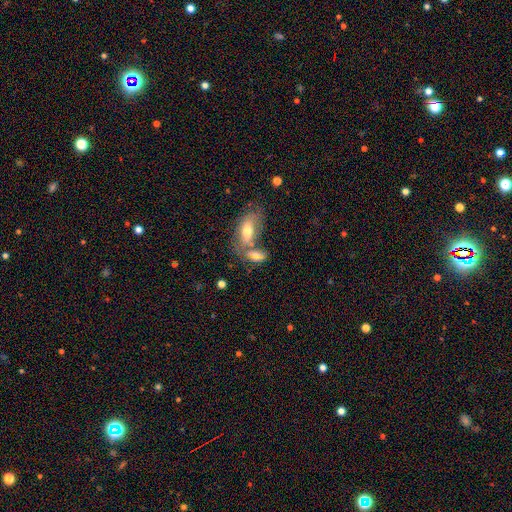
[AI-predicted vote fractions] A smooth galaxy with no disk features (61%) that is in between round and cigar-shaped (81%). Merging: merger (49%).